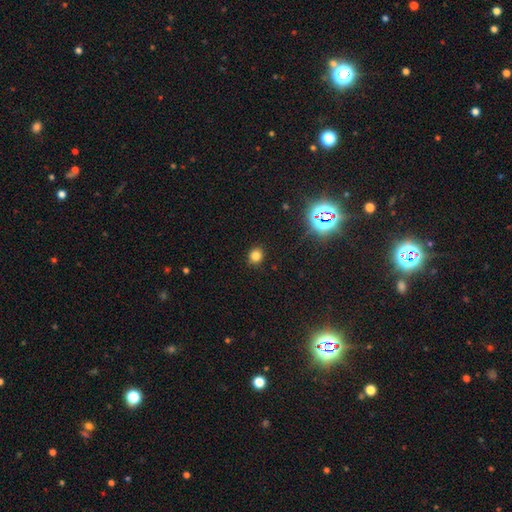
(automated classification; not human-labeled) Smooth or featured? Predicted: smooth (p=0.78). How rounded? Predicted: round (p=0.79). Merging? Predicted: none (p=0.89).